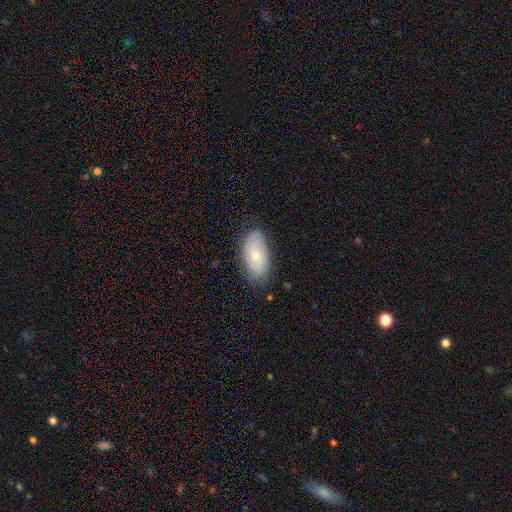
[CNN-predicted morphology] This appears to be a smooth galaxy with no disk features (53%) that is in between round and cigar-shaped (93%). Merging: none (76%).